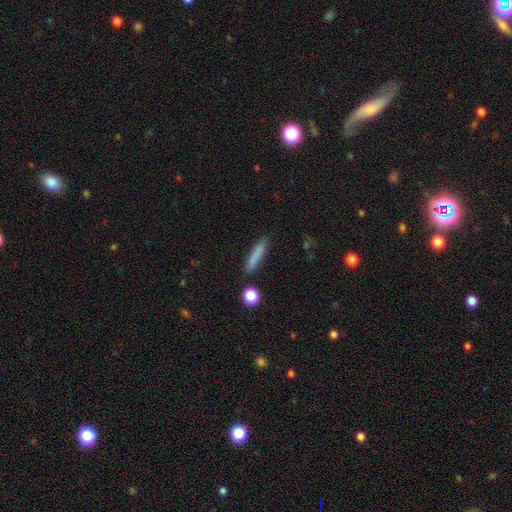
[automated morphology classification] A smooth galaxy with no disk features (80%) that is cigar-shaped (86%).

Vote fractions:
- Smooth or featured? smooth: 80% / featured or disk: 11% / star or artifact: 8%
- How rounded? cigar-shaped: 86% / in between: 12% / round: 2%
- Merging? none: 84% / minor disturbance: 10% / merger: 3% / major disturbance: 3%